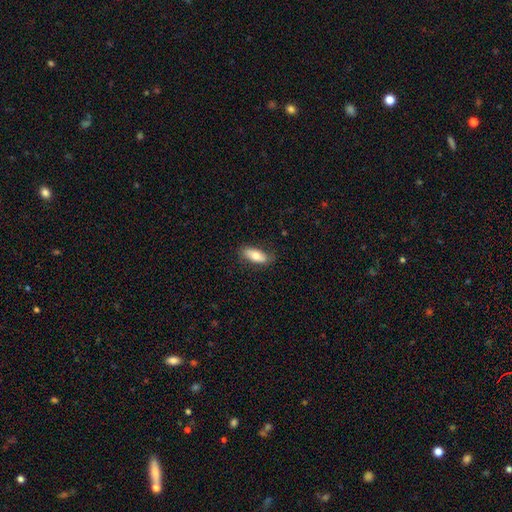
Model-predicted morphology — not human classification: This appears to be a smooth galaxy with no disk features (72%) that is in between round and cigar-shaped (81%). Merging: none (78%).